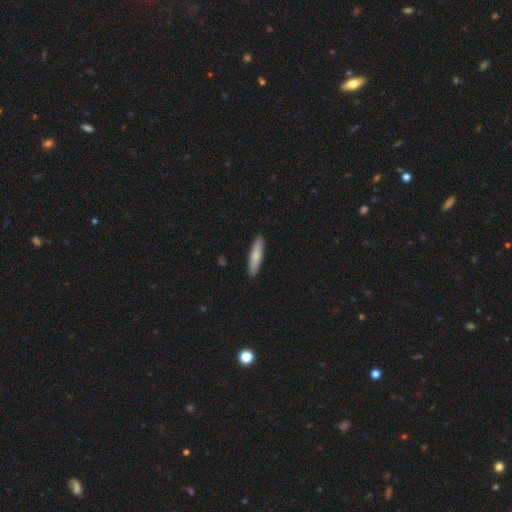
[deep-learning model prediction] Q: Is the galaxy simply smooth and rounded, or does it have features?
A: smooth — 76%.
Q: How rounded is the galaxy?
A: cigar-shaped — 82%.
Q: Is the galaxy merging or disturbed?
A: none — 91%.